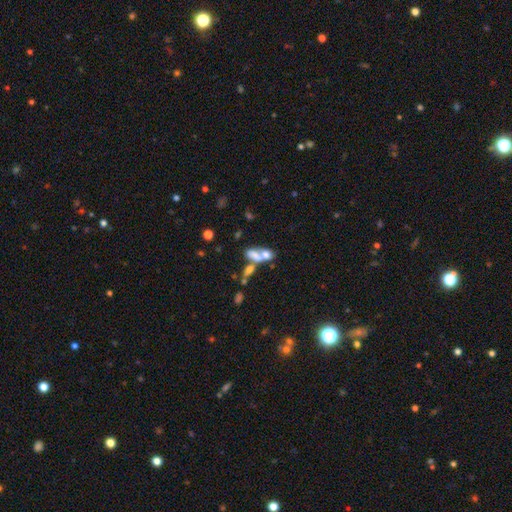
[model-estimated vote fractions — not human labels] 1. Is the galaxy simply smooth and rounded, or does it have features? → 61% smooth, 28% featured or disk, 12% star or artifact.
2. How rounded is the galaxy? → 74% in between, 14% cigar-shaped, 12% round.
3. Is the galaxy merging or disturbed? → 64% merger, 20% none, 9% major disturbance, 8% minor disturbance.